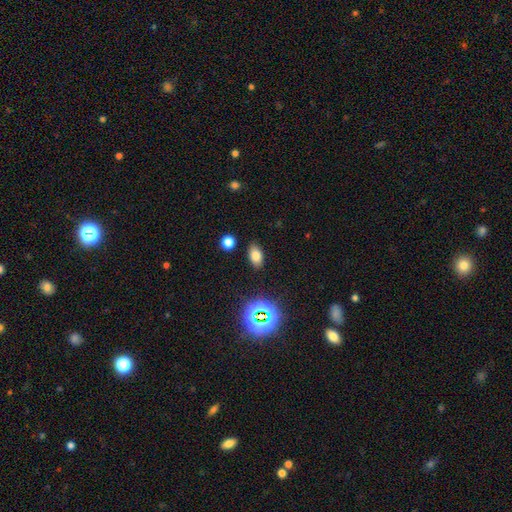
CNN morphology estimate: This is likely a smooth galaxy (74%). How rounded: clearly in between (88%). Merging: clearly none (87%).